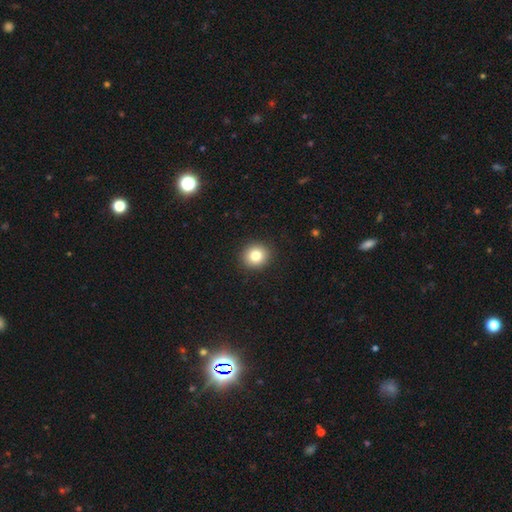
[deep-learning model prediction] smooth-or-featured: smooth: 82% | star or artifact: 10% | featured or disk: 7%
  how-rounded: round: 88% | in between: 11% | cigar-shaped: 1%
  merging: none: 92% | minor disturbance: 5% | major disturbance: 2% | merger: 1%